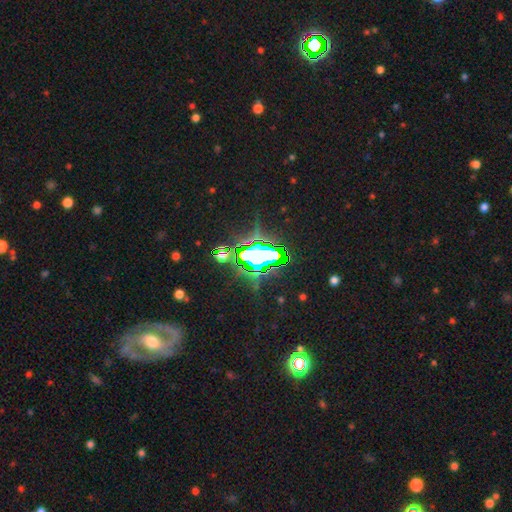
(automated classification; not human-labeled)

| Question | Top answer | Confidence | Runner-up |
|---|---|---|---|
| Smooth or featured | star or artifact | 69% | smooth (17%) |